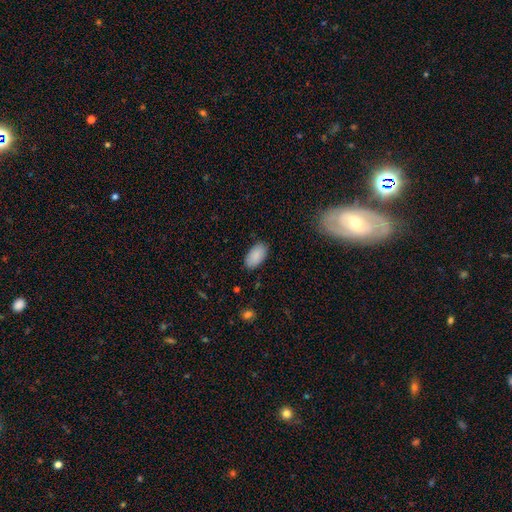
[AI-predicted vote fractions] This is clearly a smooth galaxy (90%). How rounded: clearly in between (95%). Merging: clearly none (86%).